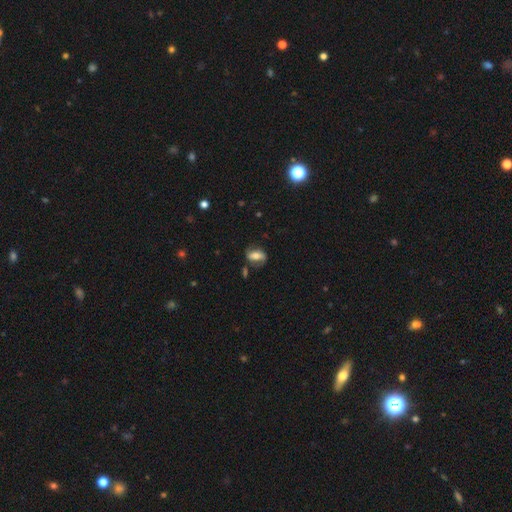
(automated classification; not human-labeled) This appears to be a featured or disk galaxy (51%). Merging: none (66%).